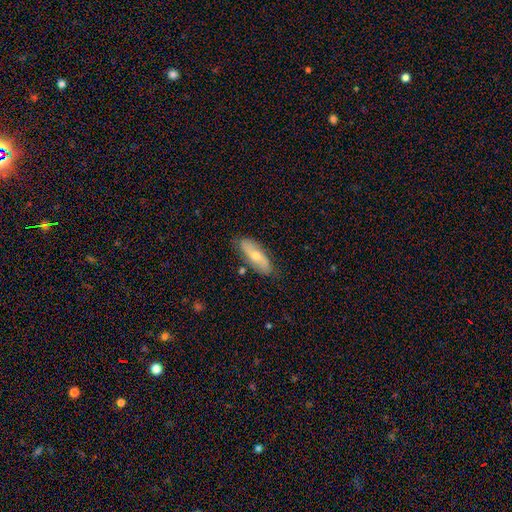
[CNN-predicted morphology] Smooth or featured? Predicted: smooth (p=0.47, tied with featured or disk). Merging? Predicted: none (p=0.81).